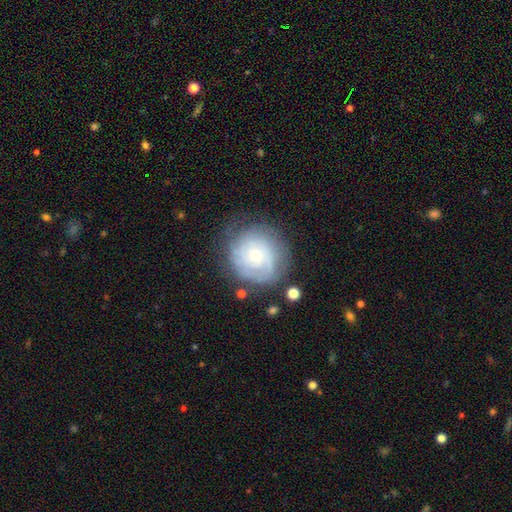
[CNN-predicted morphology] A featured or disk galaxy (63%) with no bar (82%), spiral arms (79%) and a small central bulge (58%). Merging: none (70%).